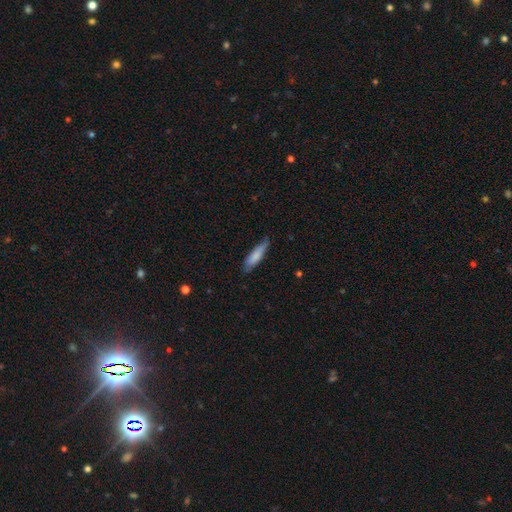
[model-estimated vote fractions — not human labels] Smooth or featured? smooth (80%)
How rounded? cigar-shaped (71%)
Merging? none (71%)